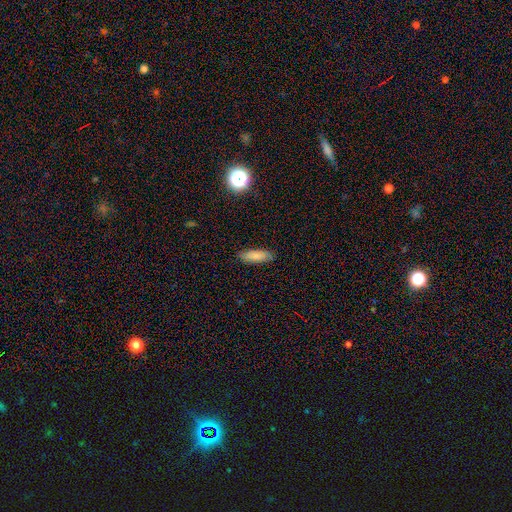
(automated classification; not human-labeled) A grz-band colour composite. It shows a smooth galaxy with no disk features (80%) that is in between round and cigar-shaped (62%). Merging: none (84%).